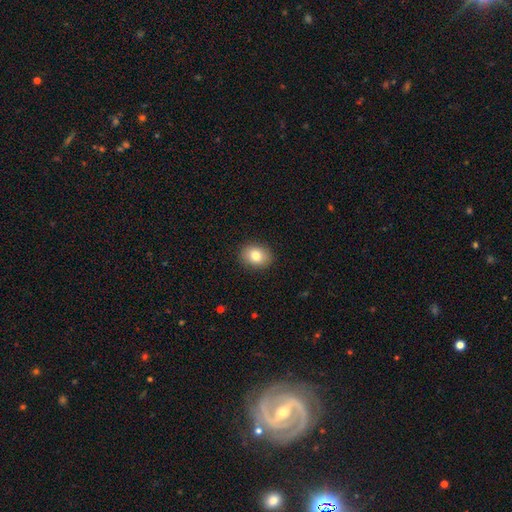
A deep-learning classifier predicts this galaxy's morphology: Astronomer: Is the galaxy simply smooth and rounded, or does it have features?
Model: smooth — 81%.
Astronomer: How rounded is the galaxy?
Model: in between — 50% (runner-up: round, 49%).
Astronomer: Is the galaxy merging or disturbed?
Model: none — 90%.